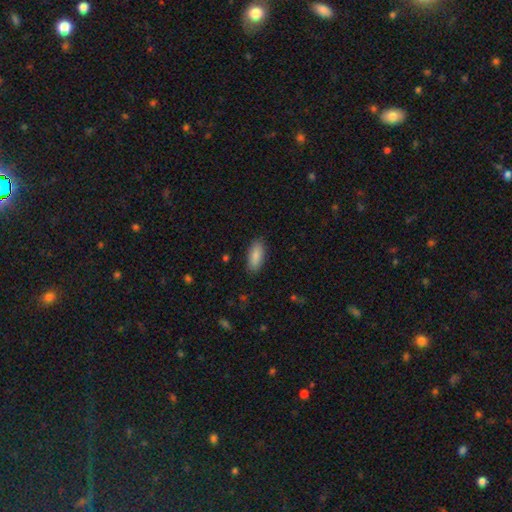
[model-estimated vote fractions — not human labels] This appears to be a smooth galaxy with no disk features (88%) that is in between round and cigar-shaped (85%). Merging: none (87%).